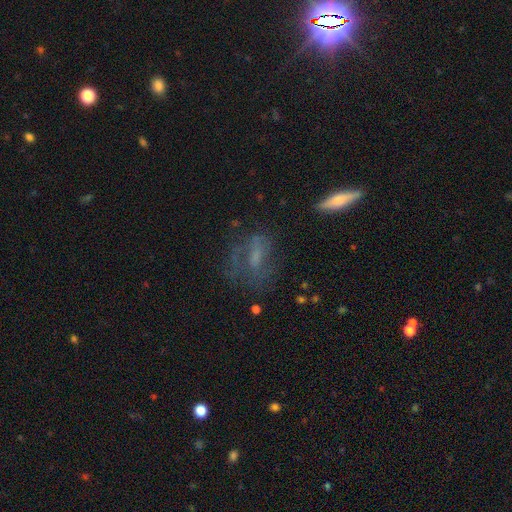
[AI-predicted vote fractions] Smooth or featured?
  - featured or disk: 47% *
  - smooth: 35%
  - star or artifact: 18%
Merging?
  - none: 52% *
  - major disturbance: 24%
  - minor disturbance: 21%
  - merger: 3%